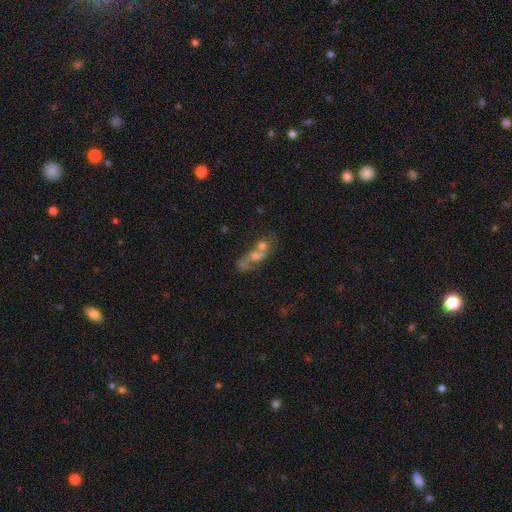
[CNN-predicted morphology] A featured or disk galaxy (41%). Merging: merger (52%).